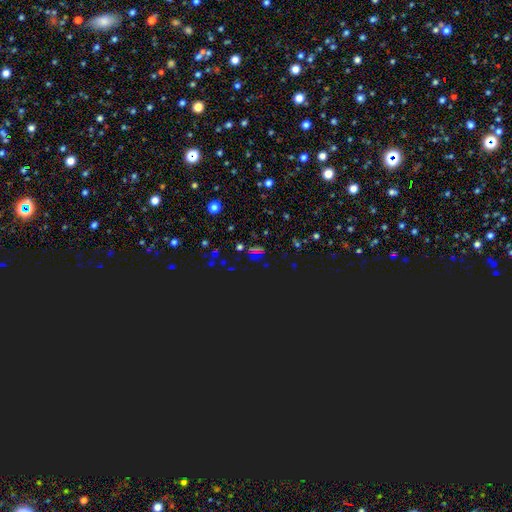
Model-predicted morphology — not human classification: Smooth or featured: star or artifact — 67% (smooth — 24%)